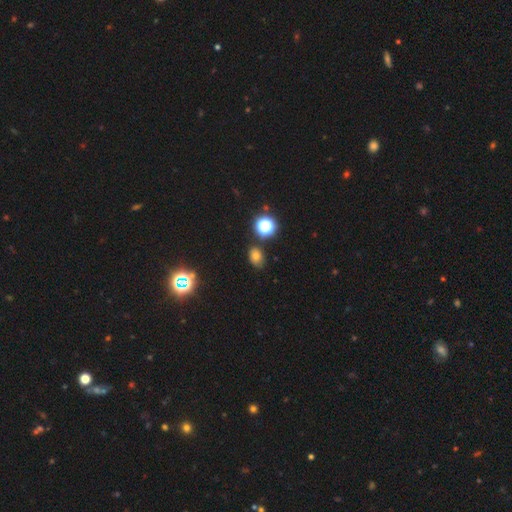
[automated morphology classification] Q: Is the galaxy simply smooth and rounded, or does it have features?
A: smooth — 66%.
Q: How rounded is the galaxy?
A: in between — 67%.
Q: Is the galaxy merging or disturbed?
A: none — 75%.